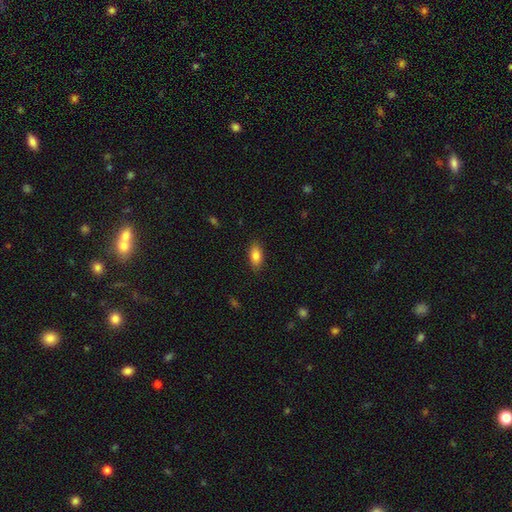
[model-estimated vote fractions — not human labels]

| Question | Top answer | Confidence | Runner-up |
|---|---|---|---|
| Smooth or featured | smooth | 84% | featured or disk (8%) |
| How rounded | in between | 89% | cigar-shaped (7%) |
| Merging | none | 87% | minor disturbance (10%) |